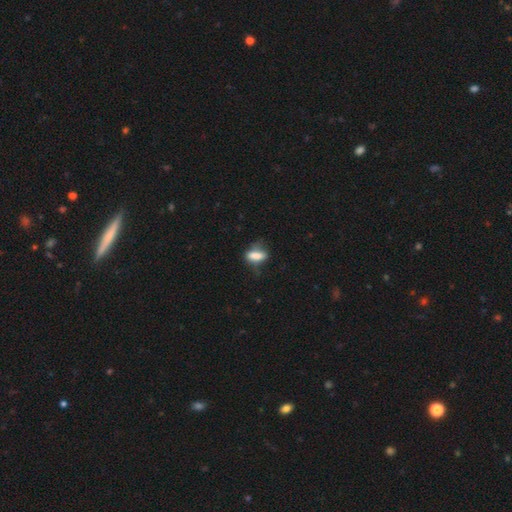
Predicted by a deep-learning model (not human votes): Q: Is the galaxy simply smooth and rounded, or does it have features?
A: smooth — 72%.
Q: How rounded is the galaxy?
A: in between — 64%.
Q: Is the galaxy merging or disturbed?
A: none — 52%.